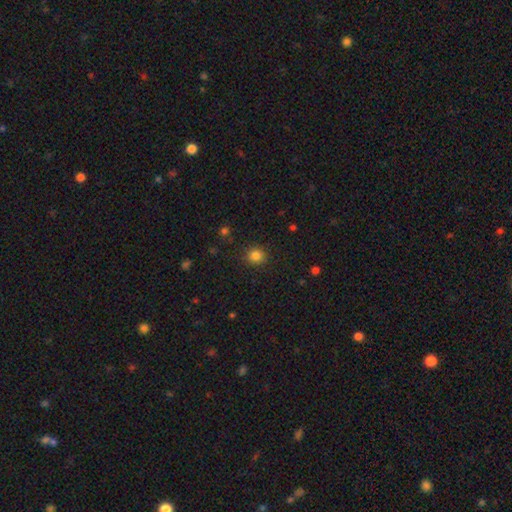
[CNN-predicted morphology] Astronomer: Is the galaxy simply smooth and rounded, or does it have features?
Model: smooth — 83%.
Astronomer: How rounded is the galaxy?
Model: round — 83%.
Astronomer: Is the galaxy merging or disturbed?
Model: none — 89%.